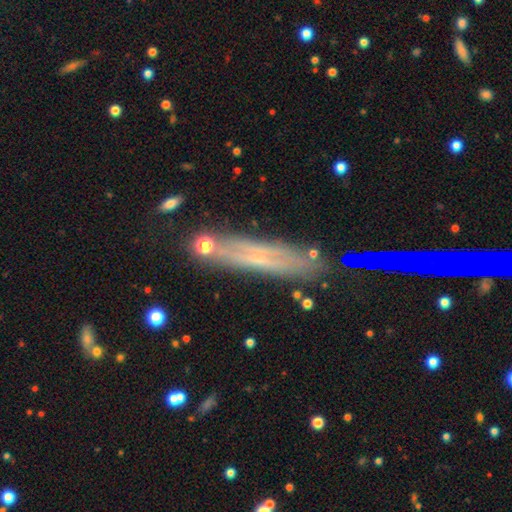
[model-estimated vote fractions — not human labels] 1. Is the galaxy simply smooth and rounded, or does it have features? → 53% featured or disk, 31% smooth, 16% star or artifact.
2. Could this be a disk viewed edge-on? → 55% yes, 45% no.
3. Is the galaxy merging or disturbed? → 76% none, 15% minor disturbance, 5% merger, 4% major disturbance.